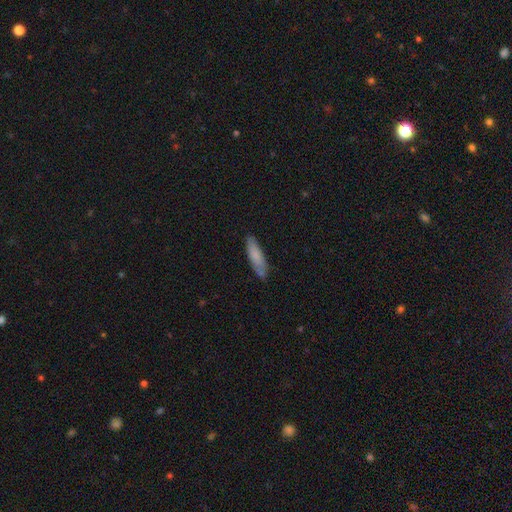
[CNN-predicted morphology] This is likely a smooth galaxy (79%). How rounded: likely cigar-shaped (68%). Merging: likely none (77%).